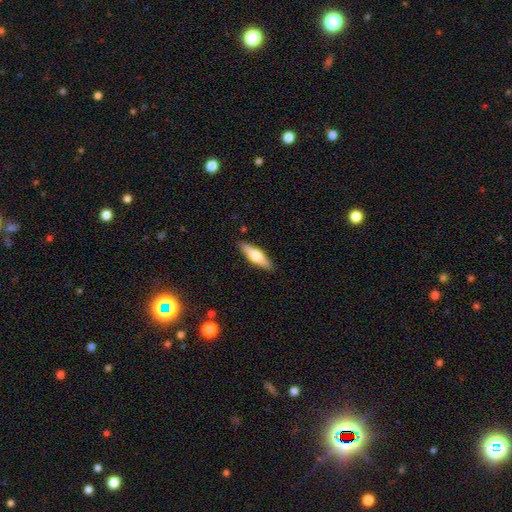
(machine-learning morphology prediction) featured or disk 49%, smooth 45%, star or artifact 6%. Down the decision tree: merging — none (89%).